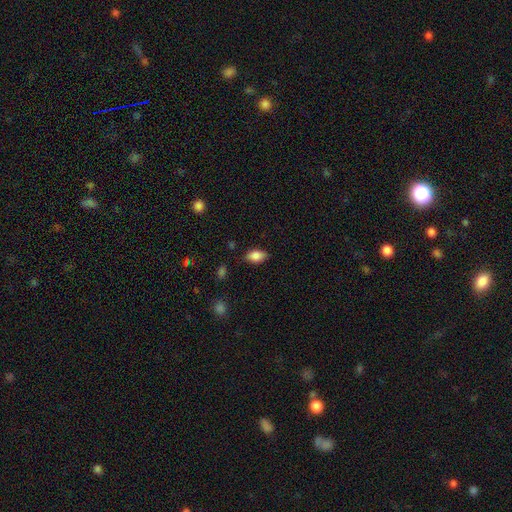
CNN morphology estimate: A smooth galaxy with no disk features (85%) that is in between round and cigar-shaped (91%).

Vote fractions:
- Smooth or featured? smooth: 85% / star or artifact: 8% / featured or disk: 7%
- How rounded? in between: 91% / round: 6% / cigar-shaped: 3%
- Merging? none: 83% / minor disturbance: 13% / major disturbance: 3% / merger: 1%